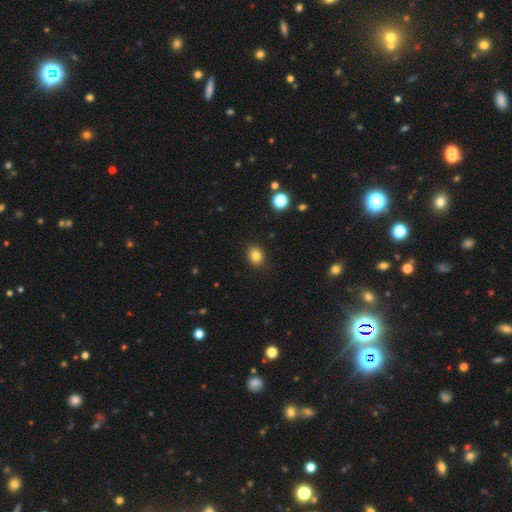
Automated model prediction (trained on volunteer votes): This is clearly a smooth galaxy (83%). How rounded: possibly round (54%). Merging: clearly none (88%).